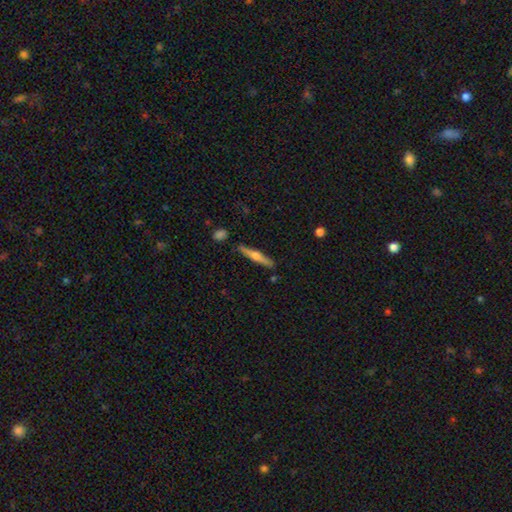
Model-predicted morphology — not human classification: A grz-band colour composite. It shows a featured or disk galaxy (61%) viewed edge-on (97%) with a rounded central bulge (88%). Merging: none (87%).